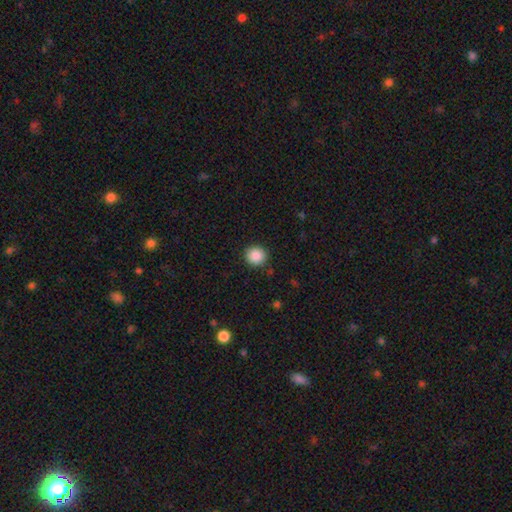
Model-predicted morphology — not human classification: Q: Smooth or featured?
A: smooth (88%); runner-up: star or artifact (9%)
Q: How rounded?
A: round (92%); runner-up: in between (7%)
Q: Merging?
A: none (90%); runner-up: minor disturbance (6%)